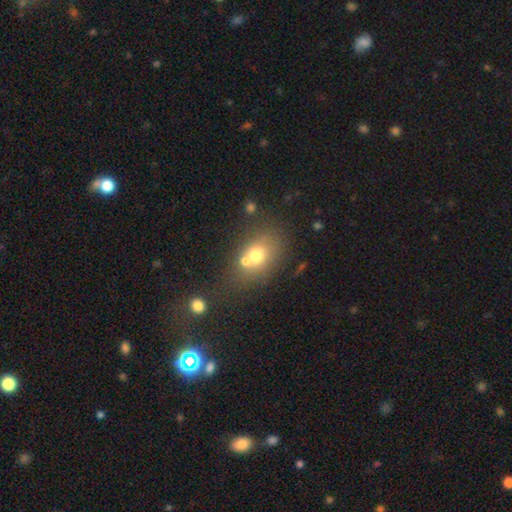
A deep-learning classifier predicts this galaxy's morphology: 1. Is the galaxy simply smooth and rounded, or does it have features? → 67% smooth, 20% featured or disk, 13% star or artifact.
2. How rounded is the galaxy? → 59% in between, 39% round, 2% cigar-shaped.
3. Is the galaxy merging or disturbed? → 47% none, 34% merger, 12% minor disturbance, 7% major disturbance.